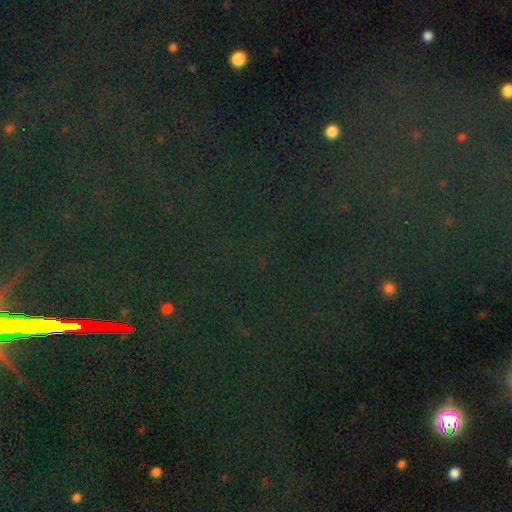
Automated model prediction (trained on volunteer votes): This is clearly a star or artifact rather than a galaxy (82%).